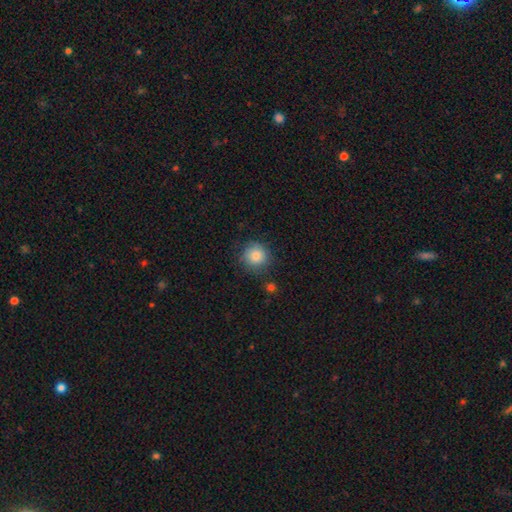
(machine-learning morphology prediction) This is clearly a smooth galaxy (84%). How rounded: clearly round (93%). Merging: clearly none (81%).